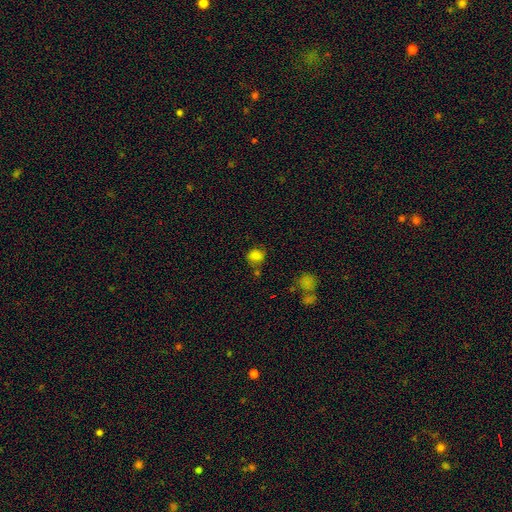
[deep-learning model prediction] smooth_or_featured: smooth (p=0.80) [alt: star or artifact p=0.12]
how_rounded: round (p=0.71) [alt: in between p=0.28]
merging: none (p=0.66) [alt: minor disturbance p=0.19]